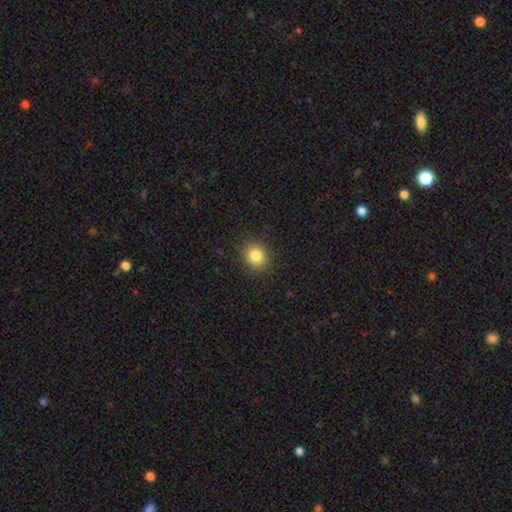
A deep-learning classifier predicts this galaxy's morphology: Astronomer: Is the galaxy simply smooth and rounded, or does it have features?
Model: smooth — 84%.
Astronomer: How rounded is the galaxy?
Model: round — 74%.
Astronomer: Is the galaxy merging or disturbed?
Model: none — 89%.